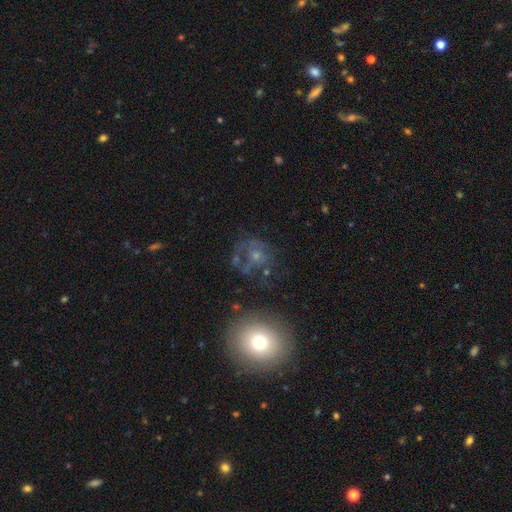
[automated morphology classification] type=featured or disk (50%); edge-on=no (97%); merging=none (44%).